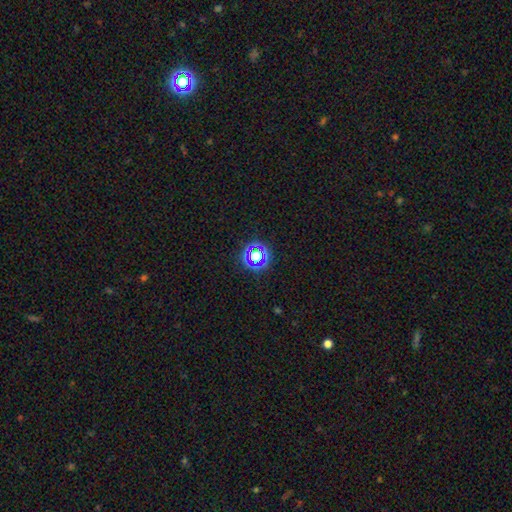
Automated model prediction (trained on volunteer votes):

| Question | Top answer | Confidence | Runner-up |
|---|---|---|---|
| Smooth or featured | star or artifact | 59% | smooth (29%) |